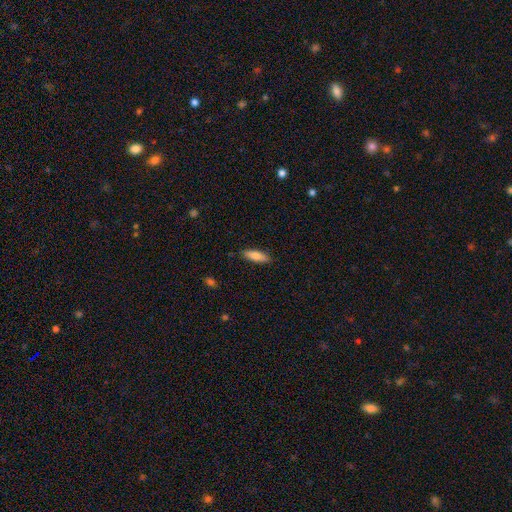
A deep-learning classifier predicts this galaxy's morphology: This appears to be a smooth galaxy with no disk features (75%) that is in between round and cigar-shaped (49%, tied with cigar-shaped). Merging: none (86%).